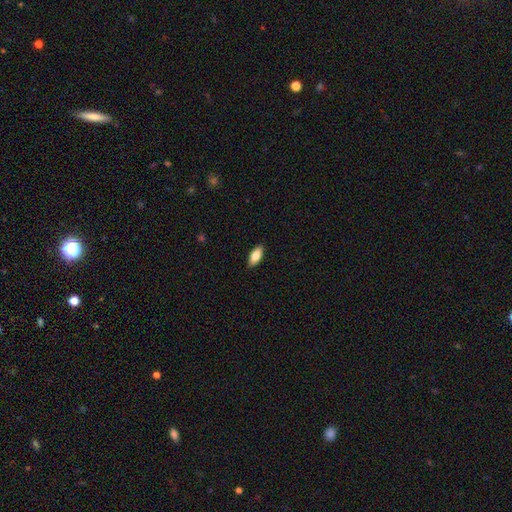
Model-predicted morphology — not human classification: type=smooth (80%); roundness=in between (83%); merging=none (90%).